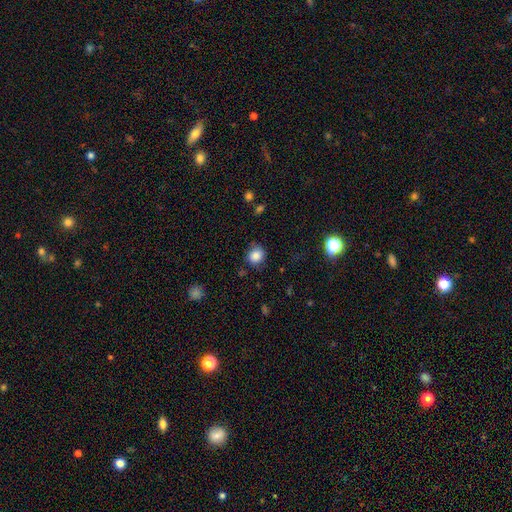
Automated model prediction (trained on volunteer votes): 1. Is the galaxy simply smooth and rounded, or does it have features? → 84% smooth, 10% star or artifact, 5% featured or disk.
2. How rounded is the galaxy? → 80% round, 19% in between, 1% cigar-shaped.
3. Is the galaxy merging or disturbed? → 77% none, 16% minor disturbance, 4% major disturbance, 2% merger.